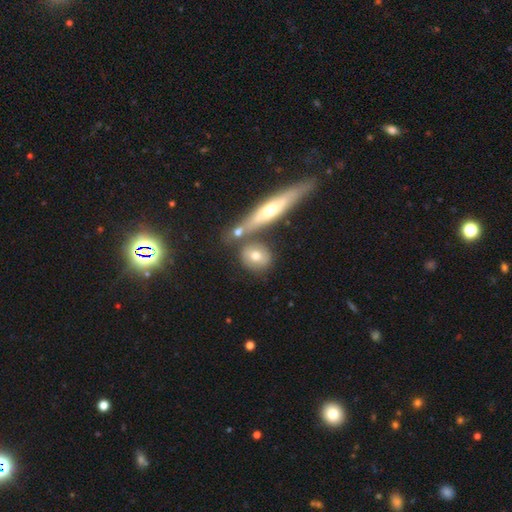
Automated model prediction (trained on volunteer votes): The model was most divided on "how rounded": round: 62%, in between: 29%, cigar-shaped: 9%. More confident: smooth or featured — smooth (65%); merging — none (64%).